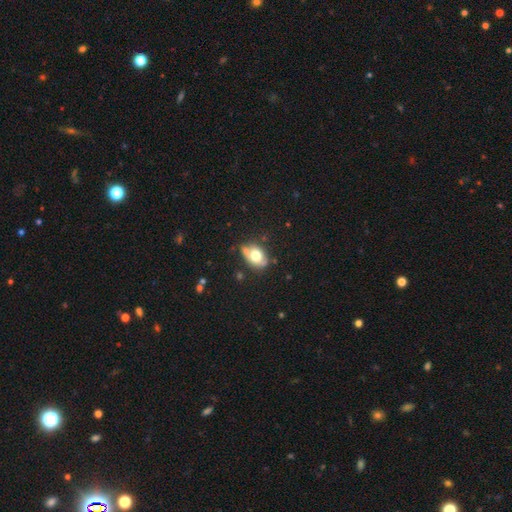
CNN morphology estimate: smooth_or_featured: smooth (p=0.66) [alt: featured or disk p=0.25]
how_rounded: in between (p=0.75) [alt: round p=0.23]
merging: none (p=0.56) [alt: minor disturbance p=0.28]